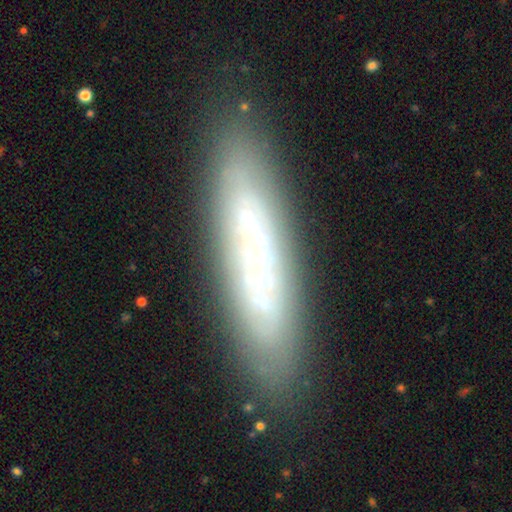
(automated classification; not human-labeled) smooth_or_featured: featured or disk (p=0.63) [alt: smooth p=0.28]
disk_edge_on: no (p=0.62) [alt: yes p=0.38]
merging: none (p=0.81) [alt: minor disturbance p=0.12]